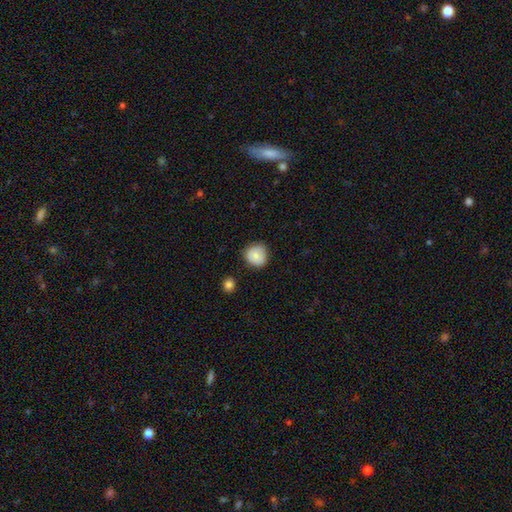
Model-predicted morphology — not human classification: A smooth galaxy with no disk features (82%) that is round (89%).

Vote fractions:
- Smooth or featured? smooth: 82% / featured or disk: 10% / star or artifact: 8%
- How rounded? round: 89% / in between: 10% / cigar-shaped: 1%
- Merging? none: 79% / minor disturbance: 16% / major disturbance: 3% / merger: 2%